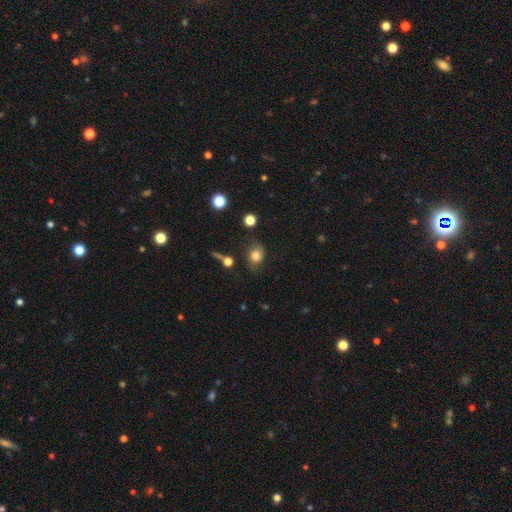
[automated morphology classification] A smooth galaxy with no disk features (70%) that is round (52%).

Vote fractions:
- Smooth or featured? smooth: 70% / featured or disk: 18% / star or artifact: 12%
- How rounded? round: 52% / in between: 47% / cigar-shaped: 1%
- Merging? none: 68% / minor disturbance: 21% / major disturbance: 8% / merger: 3%